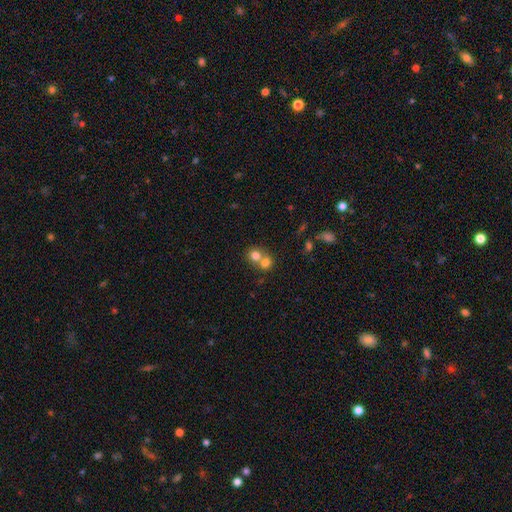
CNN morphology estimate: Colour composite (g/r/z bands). It shows a smooth galaxy with no disk features (75%) that is round (79%). Merging: merger (59%).